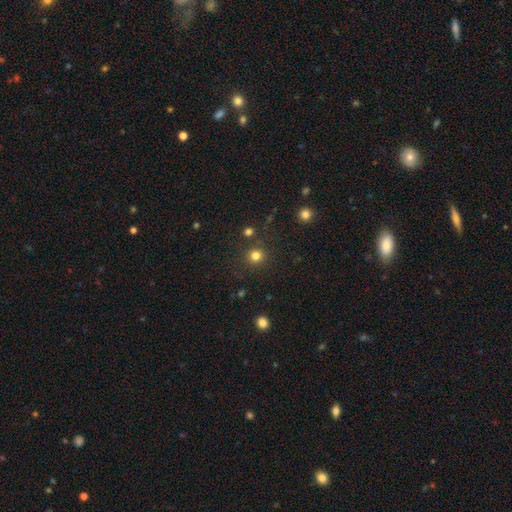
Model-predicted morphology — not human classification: Smooth or featured: smooth — 80% (star or artifact — 15%)
How rounded: round — 92% (in between — 7%)
Merging: none — 86% (minor disturbance — 7%)